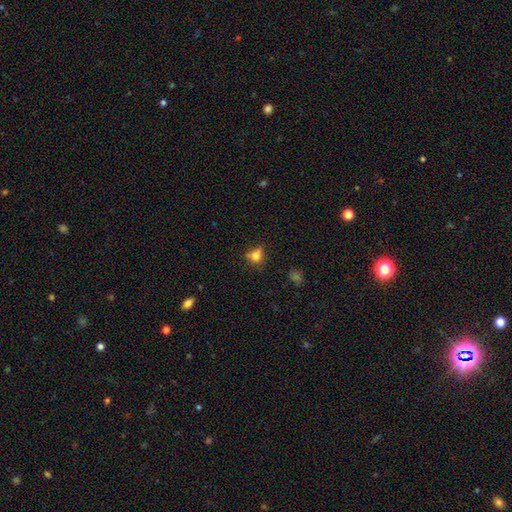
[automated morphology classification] Smooth or featured? smooth (76%)
How rounded? round (56%)
Merging? none (56%)